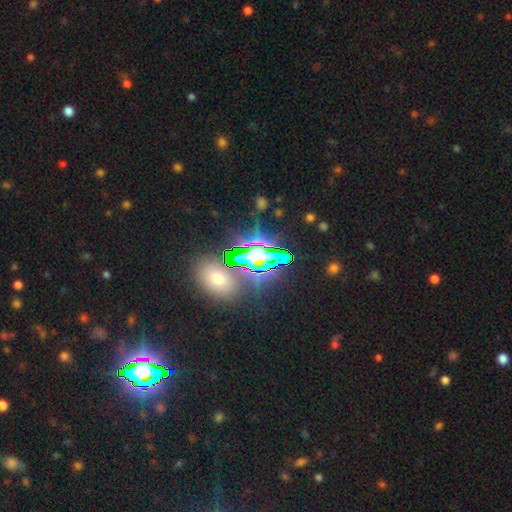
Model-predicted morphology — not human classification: This appears to be a star or artifact, not a galaxy (73%).